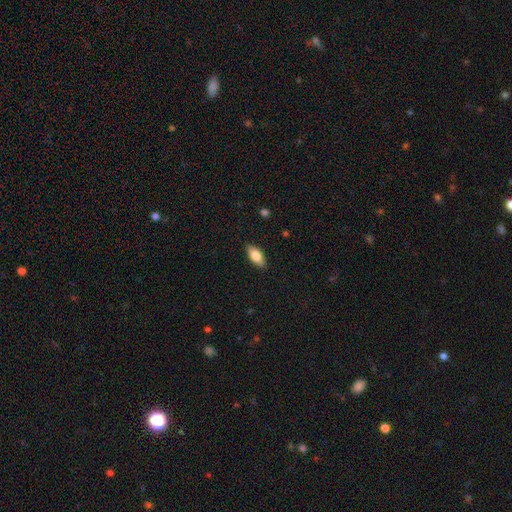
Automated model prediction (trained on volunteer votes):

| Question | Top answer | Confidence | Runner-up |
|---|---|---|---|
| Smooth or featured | smooth | 76% | featured or disk (18%) |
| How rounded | in between | 84% | cigar-shaped (13%) |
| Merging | none | 88% | minor disturbance (9%) |